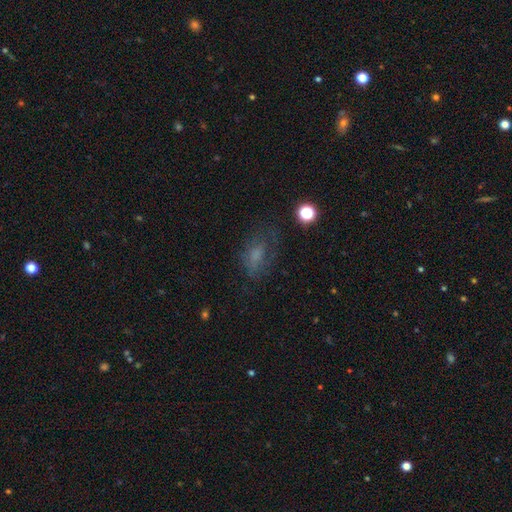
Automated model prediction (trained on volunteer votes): Smooth or featured? Predicted: smooth (p=0.54). How rounded? Predicted: in between (p=0.81). Merging? Predicted: none (p=0.53).